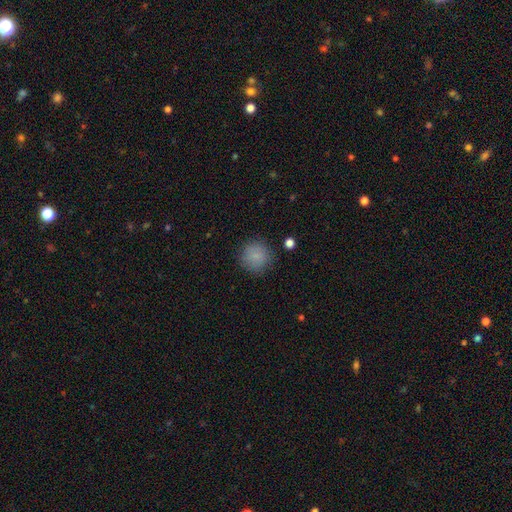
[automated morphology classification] This is clearly a smooth galaxy (83%). How rounded: clearly round (92%). Merging: clearly none (85%).